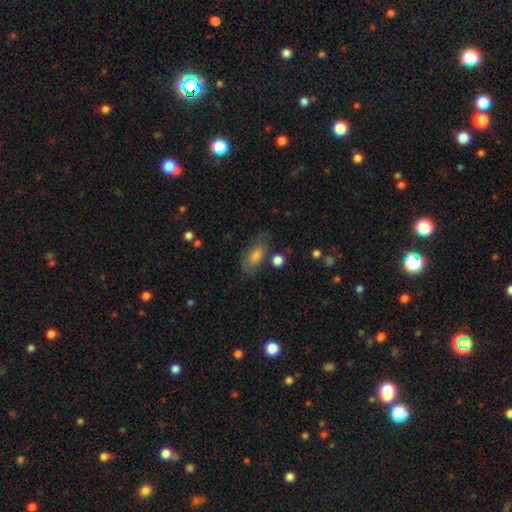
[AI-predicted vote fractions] Overall: smooth (63%; featured or disk 26%). How rounded: in between (84%). Merging: none (67%).